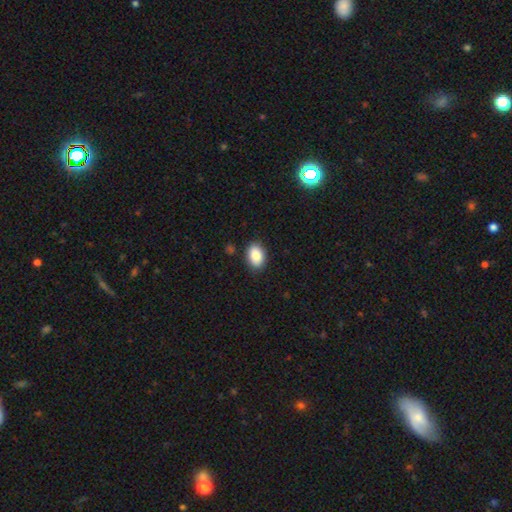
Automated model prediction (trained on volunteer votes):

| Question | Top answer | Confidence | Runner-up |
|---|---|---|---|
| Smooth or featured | smooth | 85% | star or artifact (8%) |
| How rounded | in between | 86% | round (13%) |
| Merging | none | 87% | minor disturbance (9%) |